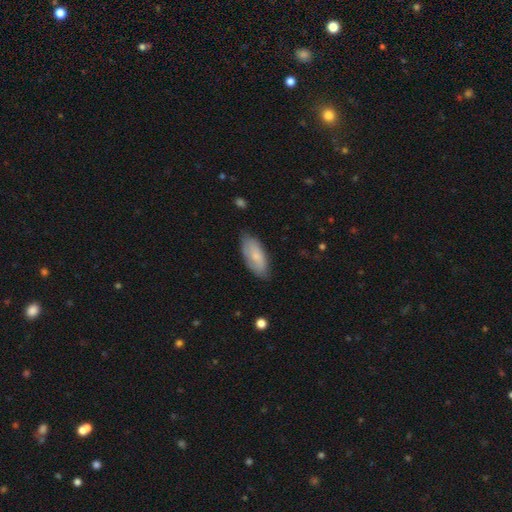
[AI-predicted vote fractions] smooth-or-featured: smooth: 74% | featured or disk: 20% | star or artifact: 6%
  how-rounded: in between: 86% | cigar-shaped: 12% | round: 2%
  merging: none: 75% | minor disturbance: 20% | major disturbance: 3% | merger: 1%